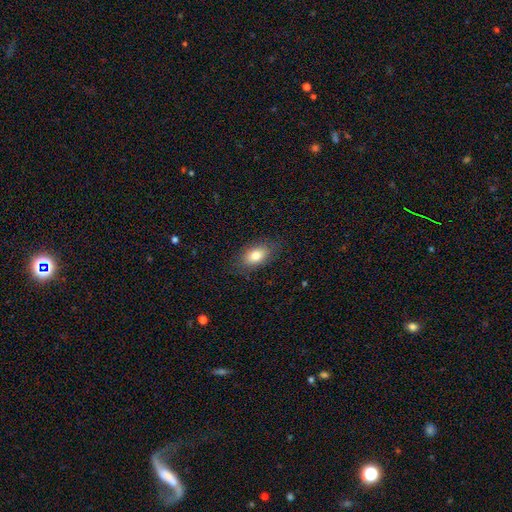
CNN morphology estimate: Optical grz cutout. It shows a smooth galaxy with no disk features (80%) that is in between round and cigar-shaped (88%). Merging: none (82%).